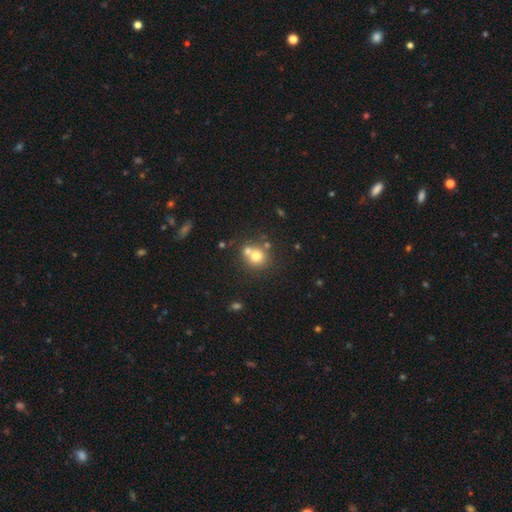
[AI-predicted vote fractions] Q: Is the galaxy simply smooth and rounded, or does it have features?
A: smooth — 70%.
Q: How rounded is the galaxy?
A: round — 85%.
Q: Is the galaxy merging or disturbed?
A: none — 49%.